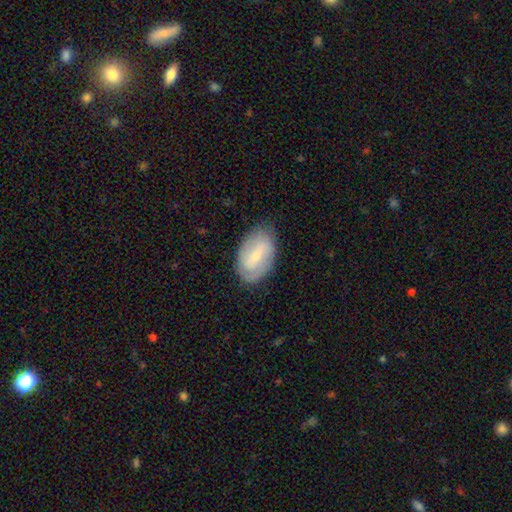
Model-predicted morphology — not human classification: Smooth or featured? Predicted: featured or disk (p=0.51). Edge-on disk? Predicted: no (p=0.94). Merging? Predicted: none (p=0.78).